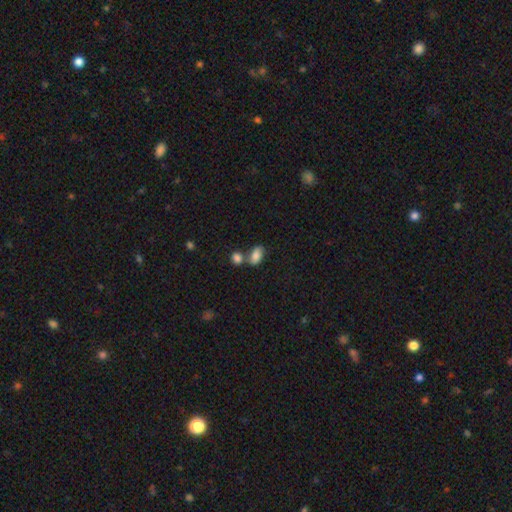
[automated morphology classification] Smooth or featured? Predicted: smooth (p=0.84). How rounded? Predicted: in between (p=0.89). Merging? Predicted: none (p=0.43).